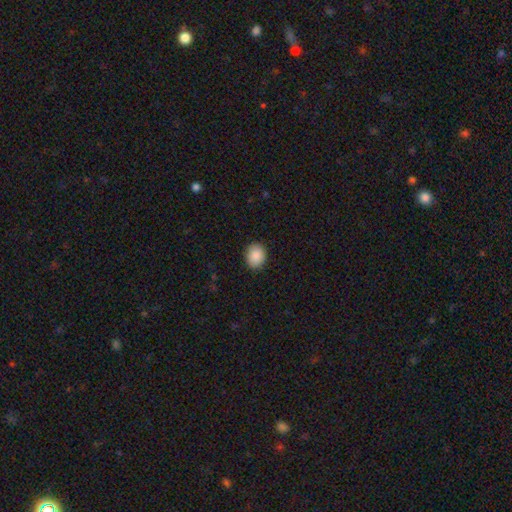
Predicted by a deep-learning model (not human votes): This appears to be a smooth galaxy with no disk features (89%) that is round (51%). Merging: none (89%).